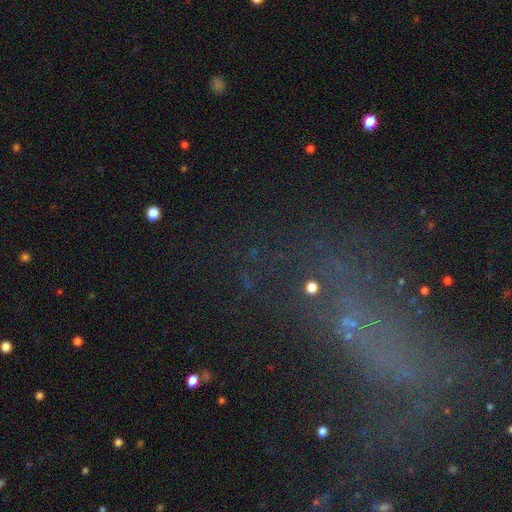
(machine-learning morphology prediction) Overall: star or artifact (52%; smooth 25%).